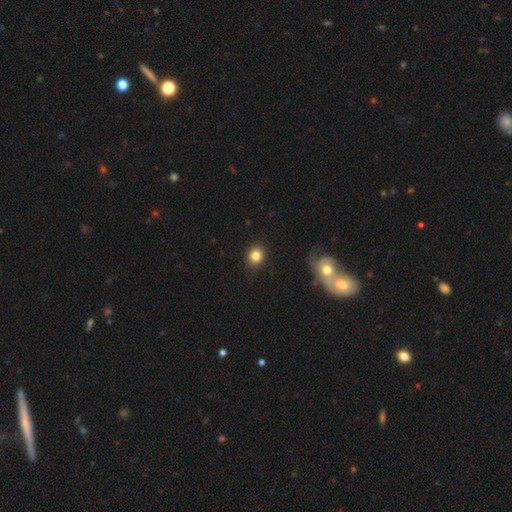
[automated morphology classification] This is clearly a smooth galaxy (83%). How rounded: likely round (76%). Merging: clearly none (88%).